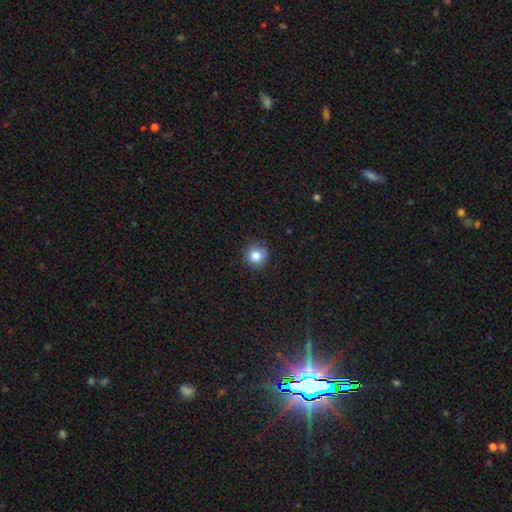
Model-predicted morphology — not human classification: smooth-or-featured: smooth: 84% | star or artifact: 11% | featured or disk: 6%
  how-rounded: round: 93% | in between: 6% | cigar-shaped: 1%
  merging: none: 86% | minor disturbance: 10% | major disturbance: 2% | merger: 1%